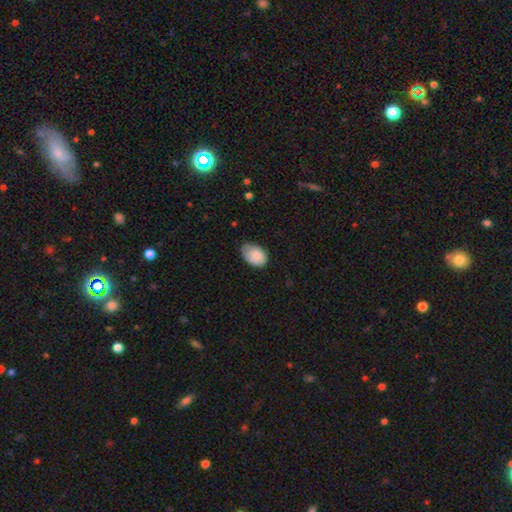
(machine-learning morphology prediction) smooth-or-featured: smooth: 85% | featured or disk: 8% | star or artifact: 7%
  how-rounded: in between: 82% | round: 17% | cigar-shaped: 1%
  merging: none: 56% | minor disturbance: 36% | major disturbance: 7% | merger: 1%